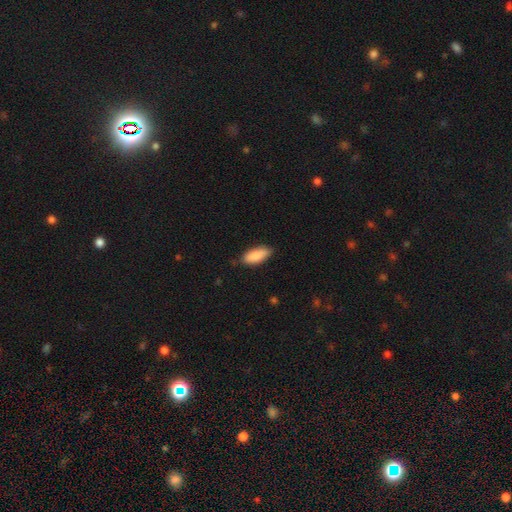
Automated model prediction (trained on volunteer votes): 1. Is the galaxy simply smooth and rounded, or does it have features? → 88% smooth, 7% featured or disk, 6% star or artifact.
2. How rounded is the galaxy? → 78% in between, 20% cigar-shaped, 2% round.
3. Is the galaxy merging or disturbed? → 81% none, 15% minor disturbance, 2% major disturbance, 1% merger.